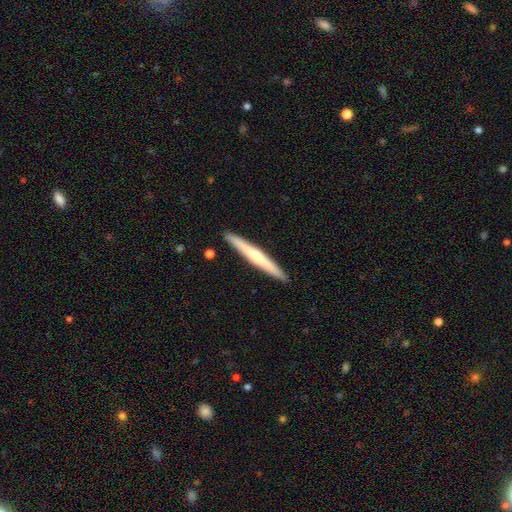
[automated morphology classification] Smooth or featured?
  - featured or disk: 58% *
  - smooth: 37%
  - star or artifact: 6%
Edge-on disk?
  - yes: 97% *
  - no: 3%
Edge-on bulge?
  - rounded: 71% *
  - none: 23%
  - boxy: 6%
Merging?
  - none: 92% *
  - minor disturbance: 6%
  - major disturbance: 1%
  - merger: 1%